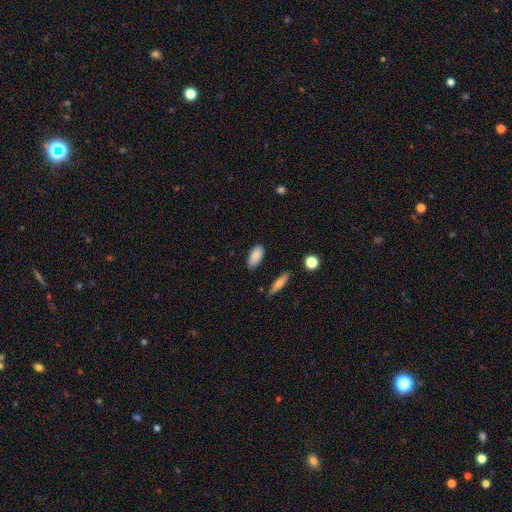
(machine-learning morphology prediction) A smooth galaxy with no disk features (87%) that is in between round and cigar-shaped (90%).

Vote fractions:
- Smooth or featured? smooth: 87% / star or artifact: 7% / featured or disk: 6%
- How rounded? in between: 90% / cigar-shaped: 7% / round: 3%
- Merging? none: 84% / minor disturbance: 11% / major disturbance: 3% / merger: 2%